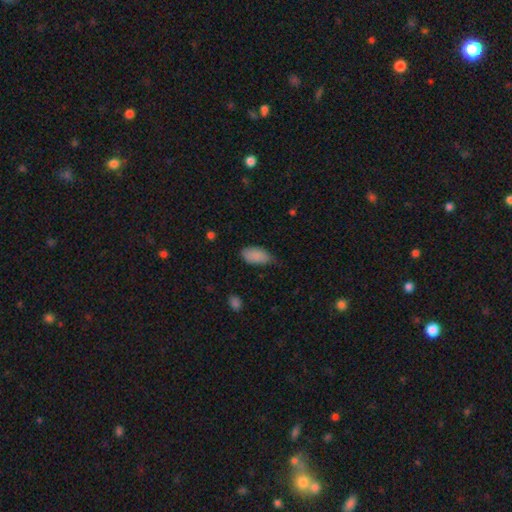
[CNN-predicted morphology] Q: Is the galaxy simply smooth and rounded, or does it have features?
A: smooth — 88%.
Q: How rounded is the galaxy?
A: in between — 94%.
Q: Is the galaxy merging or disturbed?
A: none — 51%.